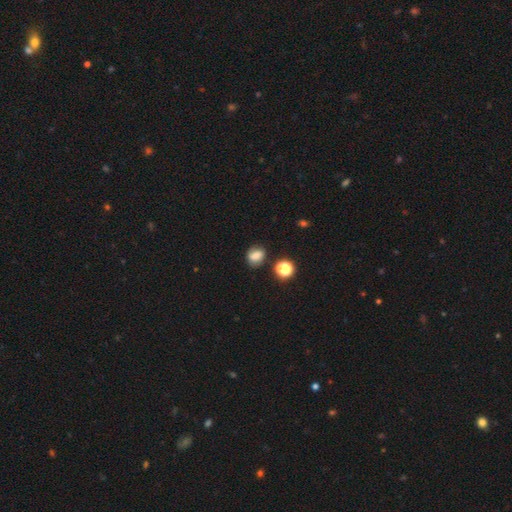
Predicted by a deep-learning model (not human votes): Smooth or featured? smooth (73%)
How rounded? in between (55%)
Merging? none (70%)